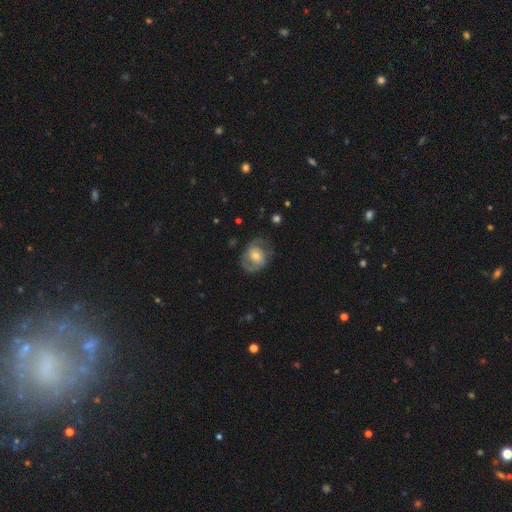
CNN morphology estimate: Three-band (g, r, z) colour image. It shows a featured or disk galaxy (66%) with no bar (65%), 2 (73%) medium (45%) spiral arms (79%) and a moderate central bulge (51%). Merging: none (62%).